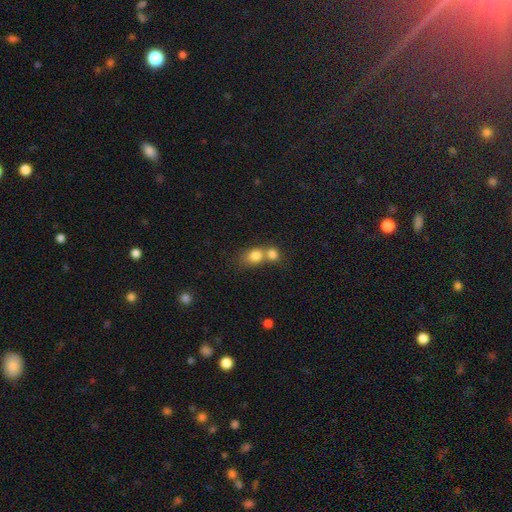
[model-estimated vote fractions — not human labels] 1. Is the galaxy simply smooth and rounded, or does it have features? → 80% smooth, 10% star or artifact, 10% featured or disk.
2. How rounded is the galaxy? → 59% round, 39% in between, 2% cigar-shaped.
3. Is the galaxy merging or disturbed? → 61% merger, 29% none, 6% minor disturbance, 3% major disturbance.